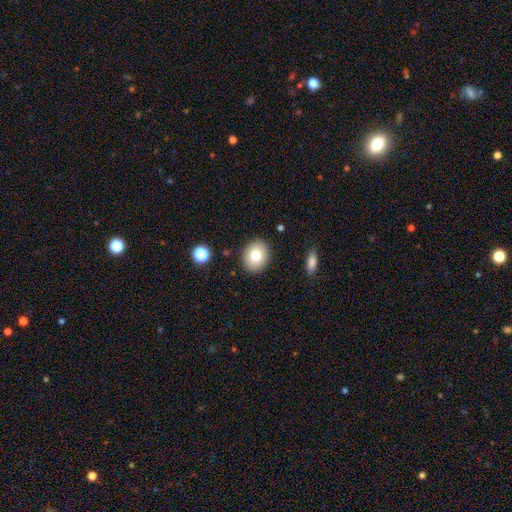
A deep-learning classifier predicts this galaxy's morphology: Overall: smooth (79%). How rounded: round (56%; in between 43%). Merging: none (88%).